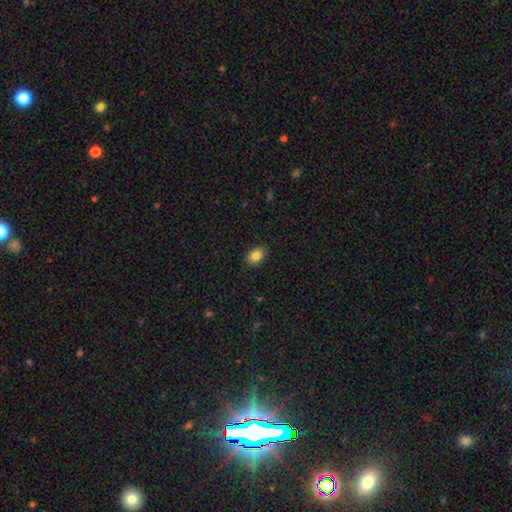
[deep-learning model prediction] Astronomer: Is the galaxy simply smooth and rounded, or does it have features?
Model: smooth — 85%.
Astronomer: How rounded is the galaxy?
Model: in between — 73%.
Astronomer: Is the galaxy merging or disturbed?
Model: none — 88%.